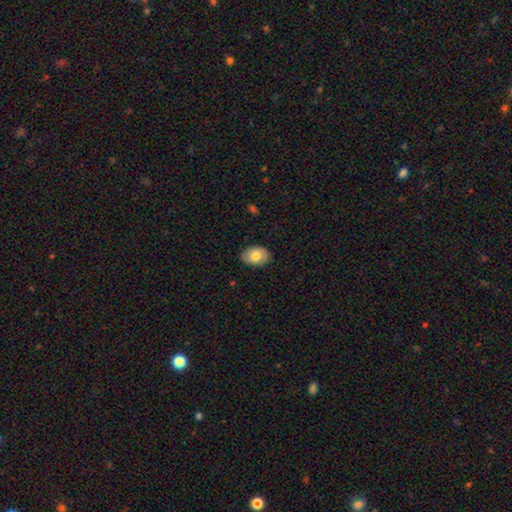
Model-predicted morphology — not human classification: Overall: smooth (78%). How rounded: in between (82%). Merging: none (85%).